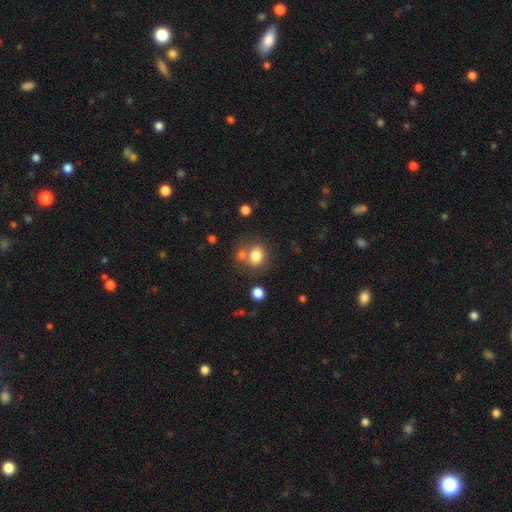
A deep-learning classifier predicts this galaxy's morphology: type=smooth (79%); roundness=round (63%); merging=none (57%).